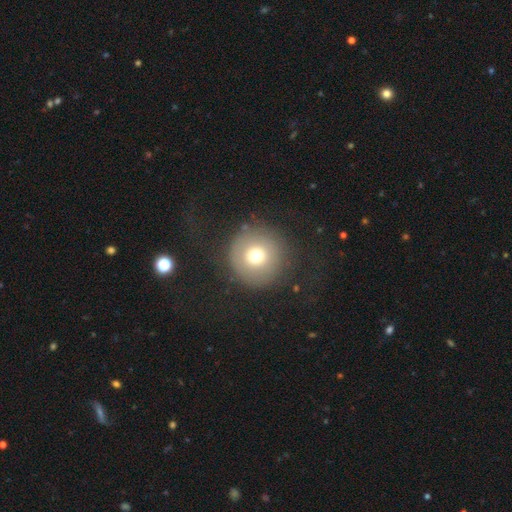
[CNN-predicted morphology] Smooth or featured? smooth (69%)
How rounded? round (96%)
Merging? none (83%)